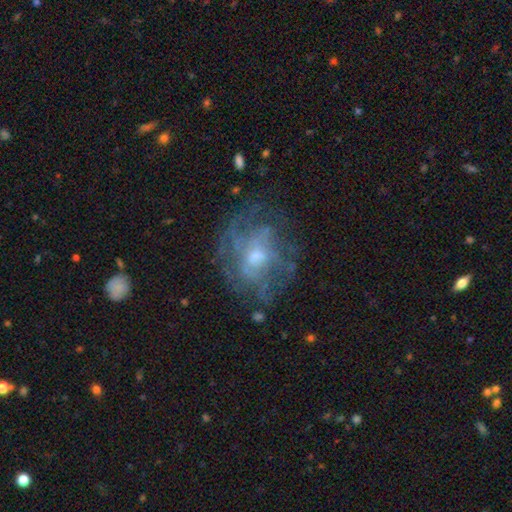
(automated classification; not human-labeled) smooth-or-featured: featured or disk: 71% | smooth: 19% | star or artifact: 11%
  disk-edge-on: no: 97% | yes: 3%
    bar: no: 71% | weak: 25% | strong: 4%
    has-spiral-arms: yes: 59% | no: 41%
    bulge-size: moderate: 49% | small: 40% | large: 5% | none: 5% | dominant: 1%
  merging: none: 62% | minor disturbance: 19% | major disturbance: 17% | merger: 2%